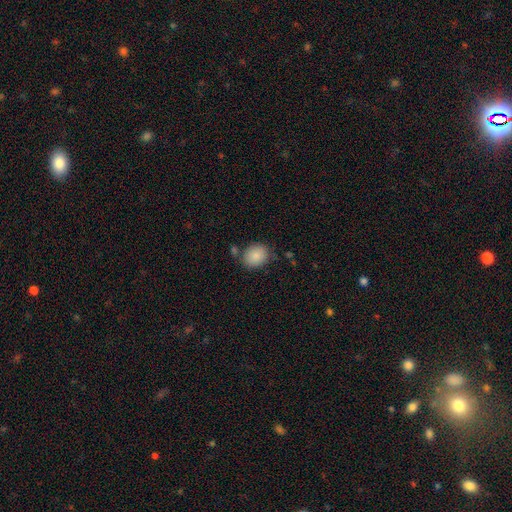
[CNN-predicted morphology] Smooth or featured: smooth — 87% (star or artifact — 8%)
How rounded: round — 53% (in between — 47%)
Merging: none — 74% (minor disturbance — 15%)